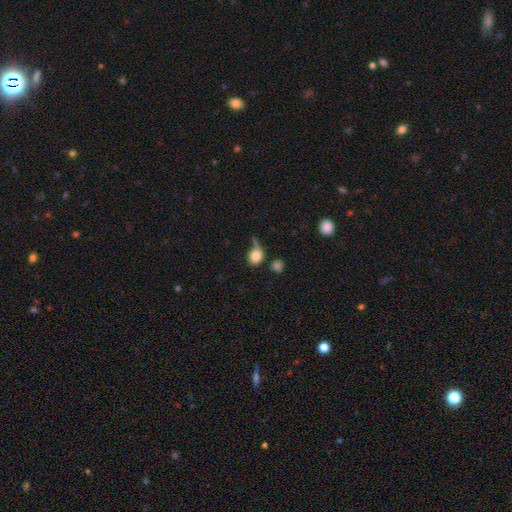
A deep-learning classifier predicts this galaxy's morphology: type=smooth (81%); roundness=round (67%); merging=none (41%).